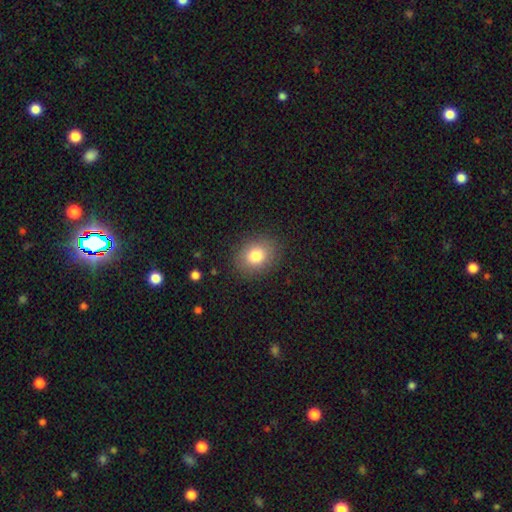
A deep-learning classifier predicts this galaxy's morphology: This is likely a smooth galaxy (80%). How rounded: possibly round (56%). Merging: clearly none (86%).